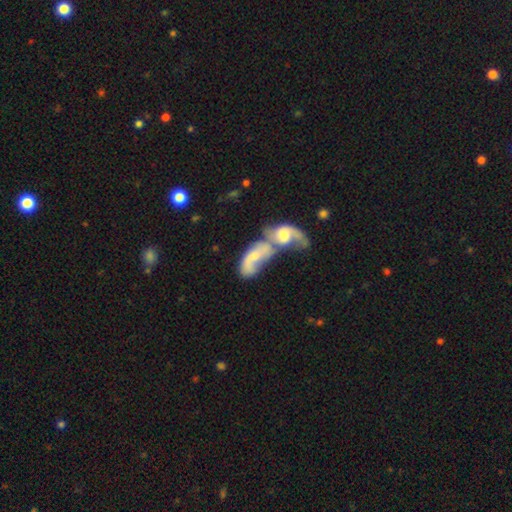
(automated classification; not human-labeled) A featured or disk galaxy (58%) with no bar (59%), spiral arms (76%) and a moderate central bulge (47%). Merging: merger (78%).